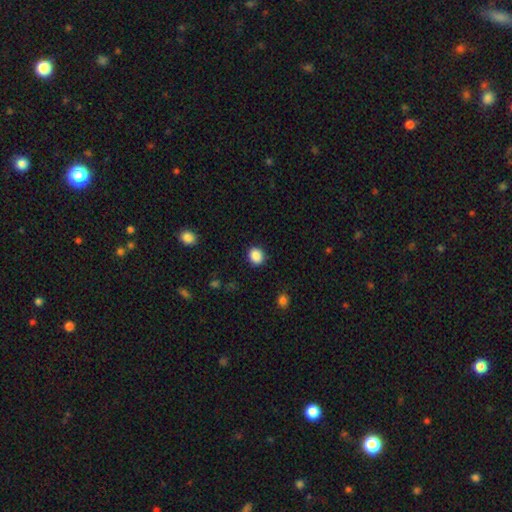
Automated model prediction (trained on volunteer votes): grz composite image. It shows a smooth galaxy with no disk features (88%) that is round (65%). Merging: none (88%).